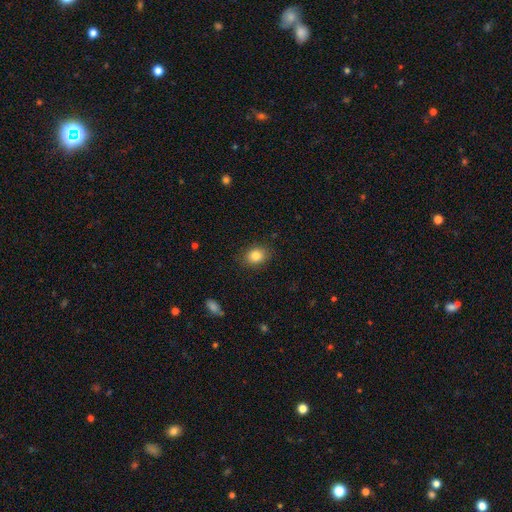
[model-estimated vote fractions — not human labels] smooth 84%, star or artifact 10%, featured or disk 7%. Down the decision tree: how rounded — in between (56%); merging — none (86%).